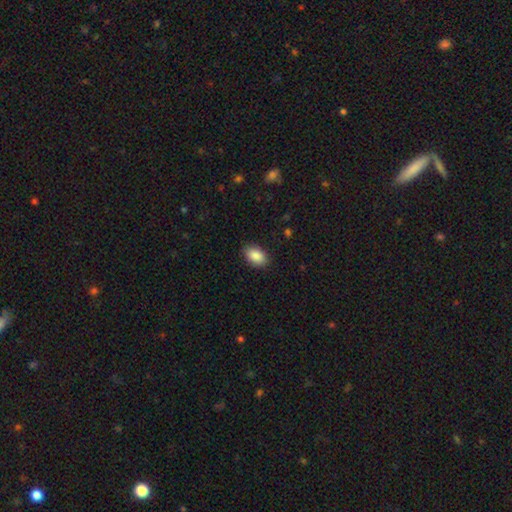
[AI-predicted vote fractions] This is clearly a smooth galaxy (88%). How rounded: clearly in between (87%). Merging: clearly none (87%).